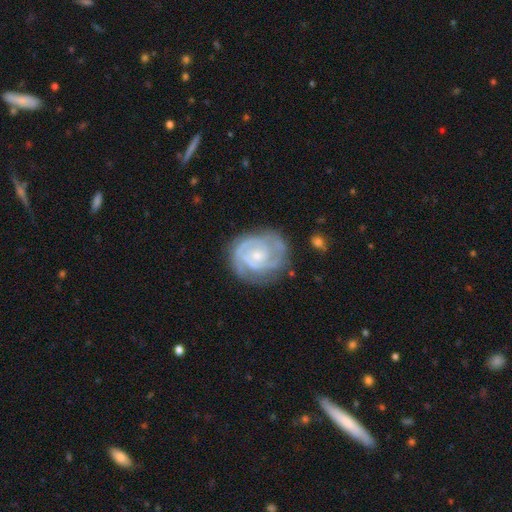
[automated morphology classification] This is clearly a featured or disk galaxy (85%). It is clearly not viewed edge-on (98%). Bar: likely no (69%). Spiral arm pattern: clearly yes (95%). Spiral arm count: marginally 2 (41%). Spiral winding: likely tight (68%). Central bulge: likely small (67%). Merging: likely none (73%).